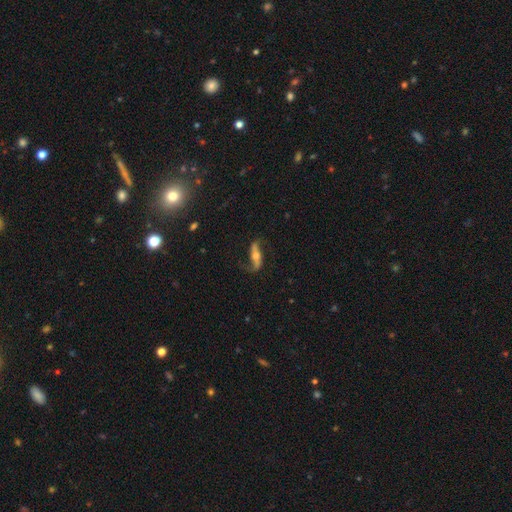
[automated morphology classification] smooth_or_featured: featured or disk (p=0.78) [alt: smooth p=0.15]
disk_edge_on: no (p=0.76) [alt: yes p=0.24]
bar: strong (p=0.40) [alt: no p=0.36]
has_spiral_arms: yes (p=0.92) [alt: no p=0.08]
spiral_winding: loose (p=0.82) [alt: medium p=0.13]
spiral_arm_count: 2 (p=0.91) [alt: 1 p=0.04]
bulge_size: moderate (p=0.56) [alt: small p=0.31]
merging: none (p=0.72) [alt: minor disturbance p=0.16]